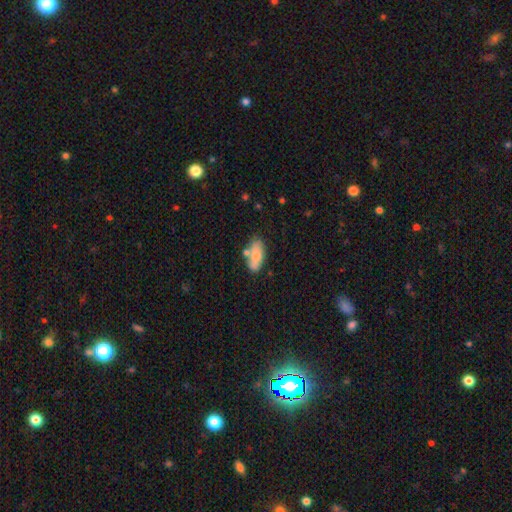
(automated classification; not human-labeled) Smooth or featured: smooth — 73% (featured or disk — 20%)
How rounded: in between — 83% (cigar-shaped — 14%)
Merging: none — 60% (minor disturbance — 19%)